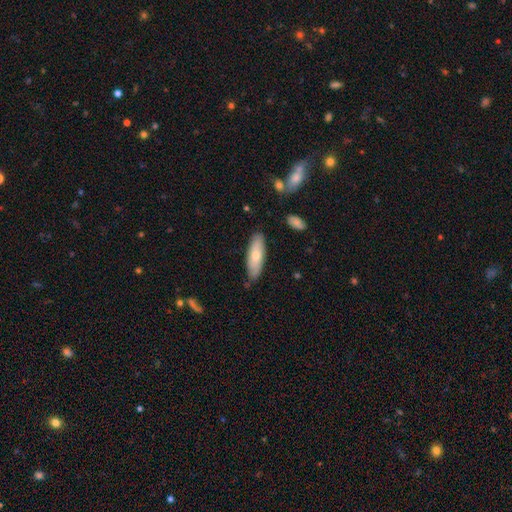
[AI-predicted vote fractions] Smooth or featured? smooth (66%)
How rounded? in between (58%)
Merging? none (78%)